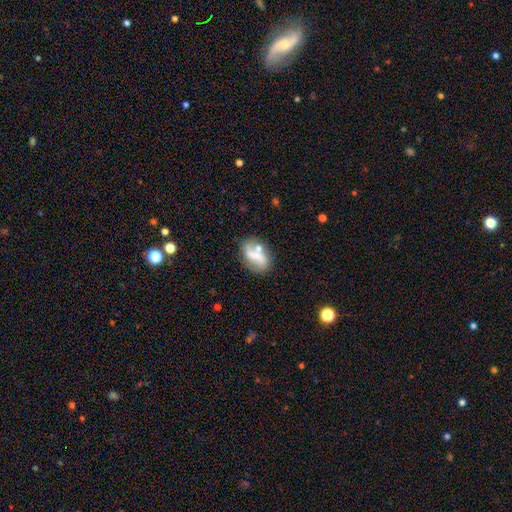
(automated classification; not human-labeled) Morphology: type=featured or disk (57%); edge-on=no (95%); bar=no (39%); spiral arms=yes (72%); bulge=small (43%); merging=none (57%).